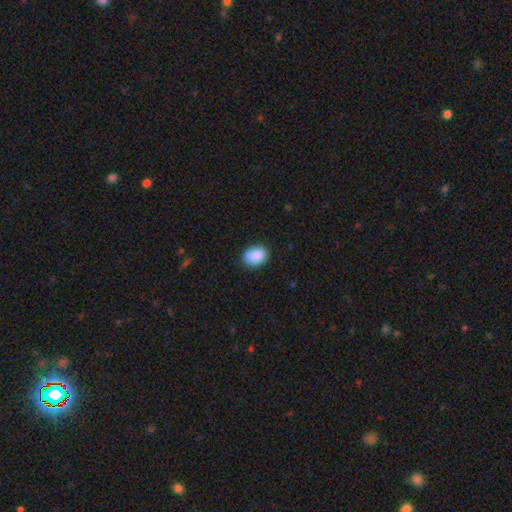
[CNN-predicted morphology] smooth 89%, star or artifact 7%, featured or disk 4%. Down the decision tree: how rounded — in between (71%); merging — none (84%).